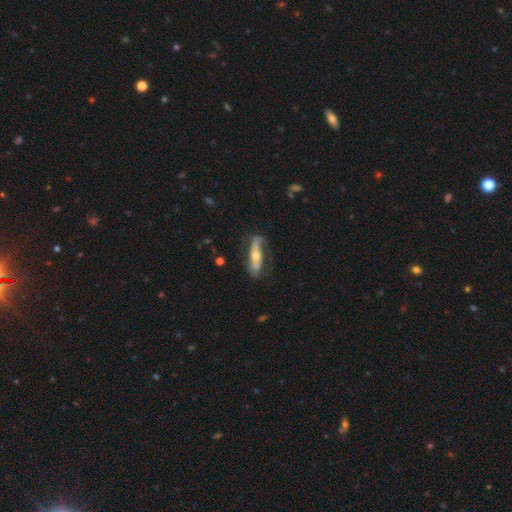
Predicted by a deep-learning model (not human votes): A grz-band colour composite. It shows a featured or disk galaxy (62%). Merging: none (59%).